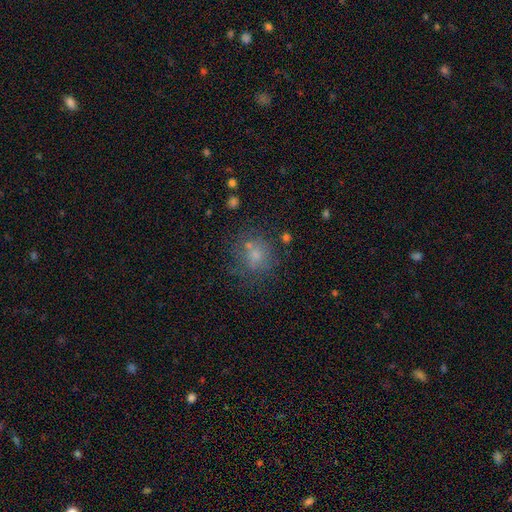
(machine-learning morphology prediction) Smooth or featured? smooth (64%)
How rounded? round (81%)
Merging? none (62%)